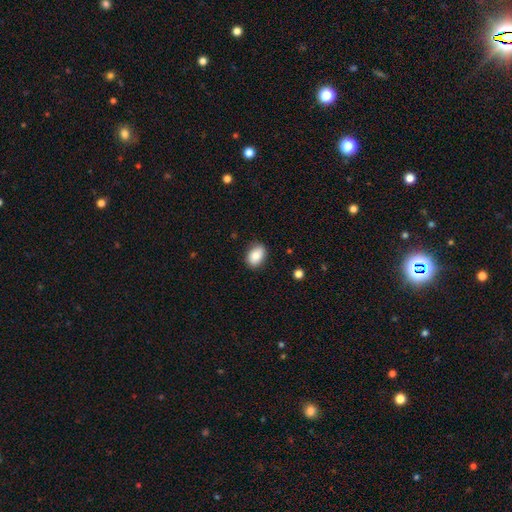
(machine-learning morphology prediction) Smooth or featured?
  - smooth: 85% *
  - featured or disk: 8%
  - star or artifact: 7%
How rounded?
  - in between: 84% *
  - round: 15%
  - cigar-shaped: 1%
Merging?
  - none: 85% *
  - minor disturbance: 11%
  - major disturbance: 2%
  - merger: 1%